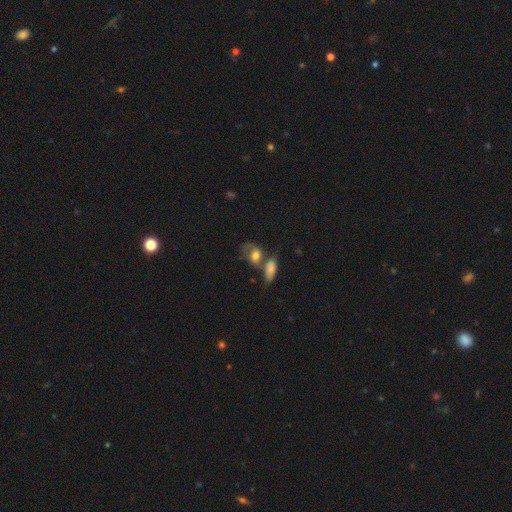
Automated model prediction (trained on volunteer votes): Smooth or featured: smooth — 59% (featured or disk — 31%)
How rounded: in between — 71% (round — 25%)
Merging: merger — 48% (none — 25%)